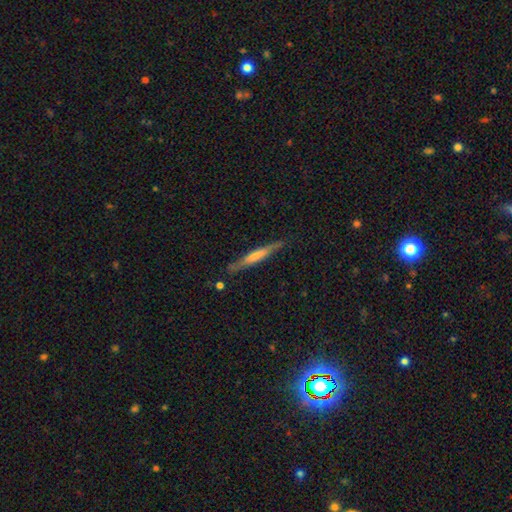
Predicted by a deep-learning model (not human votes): This appears to be a smooth galaxy with no disk features (48%). Merging: none (83%).